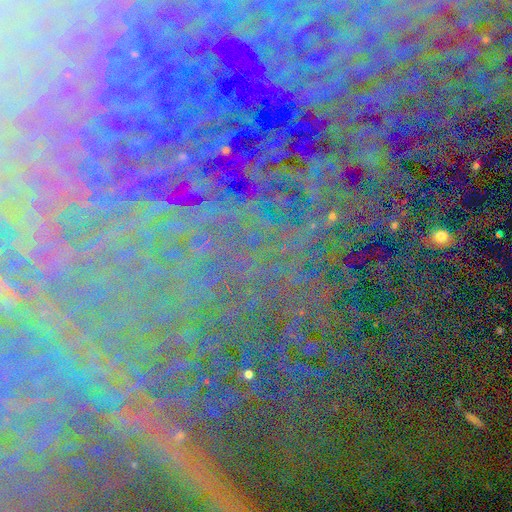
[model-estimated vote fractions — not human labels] Smooth or featured: star or artifact — 86% (featured or disk — 8%)